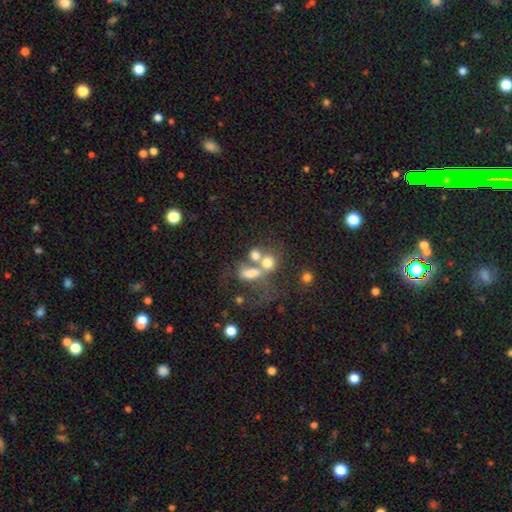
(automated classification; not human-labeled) The model was most divided on "how rounded": round: 55%, in between: 42%, cigar-shaped: 3%. More confident: smooth or featured — smooth (63%); merging — merger (53%).